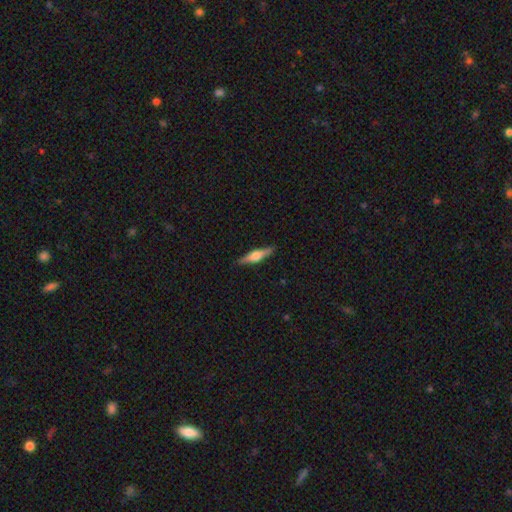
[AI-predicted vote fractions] smooth_or_featured: featured or disk (p=0.63) [alt: smooth p=0.31]
disk_edge_on: yes (p=0.97) [alt: no p=0.03]
edge_on_bulge: rounded (p=0.88) [alt: boxy p=0.09]
merging: none (p=0.90) [alt: minor disturbance p=0.08]